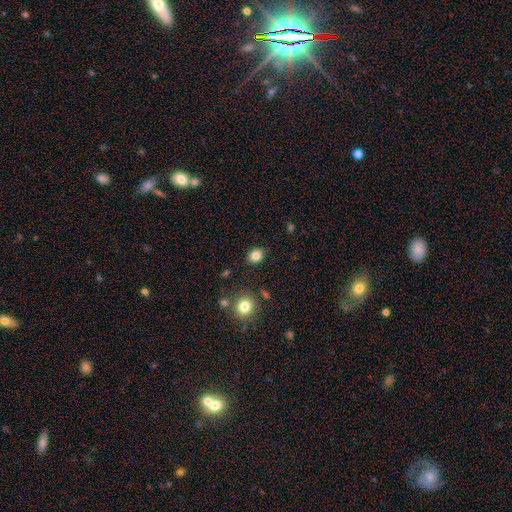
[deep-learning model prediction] smooth_or_featured: smooth (p=0.84) [alt: star or artifact p=0.11]
how_rounded: round (p=0.51) [alt: in between p=0.48]
merging: none (p=0.86) [alt: minor disturbance p=0.09]